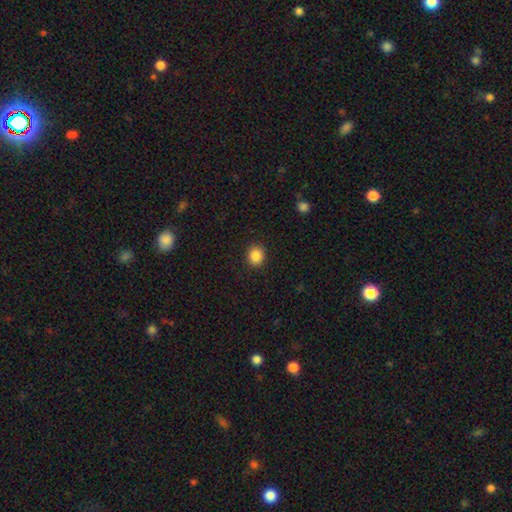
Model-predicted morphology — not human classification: smooth-or-featured: smooth: 87% | star or artifact: 9% | featured or disk: 3%
  how-rounded: round: 75% | in between: 25% | cigar-shaped: 1%
  merging: none: 91% | minor disturbance: 6% | major disturbance: 2% | merger: 1%